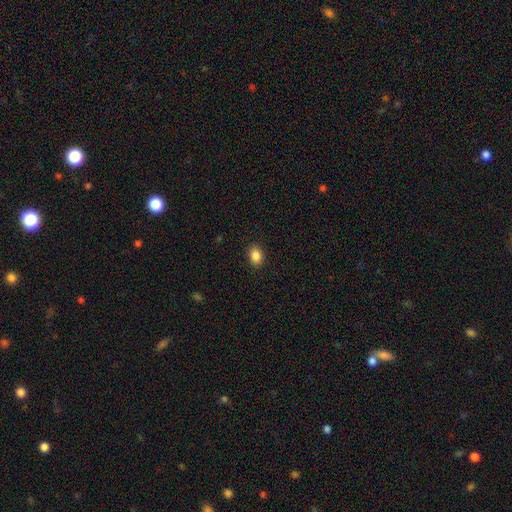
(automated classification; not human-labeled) smooth_or_featured: smooth (p=0.87) [alt: star or artifact p=0.09]
how_rounded: in between (p=0.75) [alt: round p=0.24]
merging: none (p=0.90) [alt: minor disturbance p=0.07]